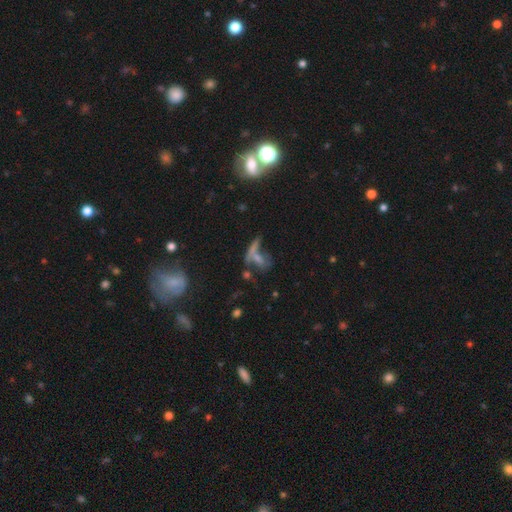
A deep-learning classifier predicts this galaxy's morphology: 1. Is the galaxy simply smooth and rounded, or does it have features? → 47% smooth, 32% featured or disk, 21% star or artifact.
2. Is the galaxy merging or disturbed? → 37% merger, 35% none, 16% major disturbance, 13% minor disturbance.